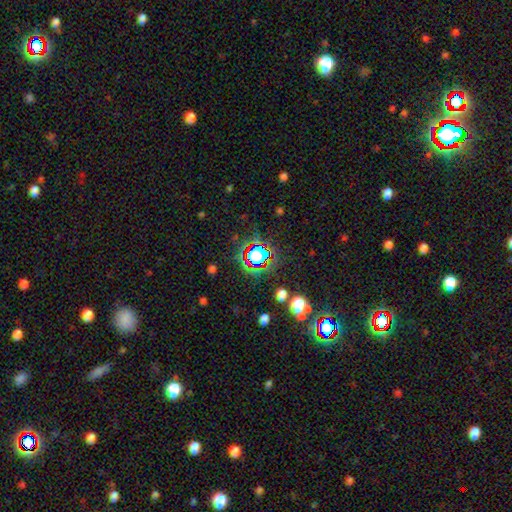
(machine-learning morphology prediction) A star or artifact, not a galaxy (56%).

Vote fractions:
- Smooth or featured? star or artifact: 56% / smooth: 32% / featured or disk: 12%